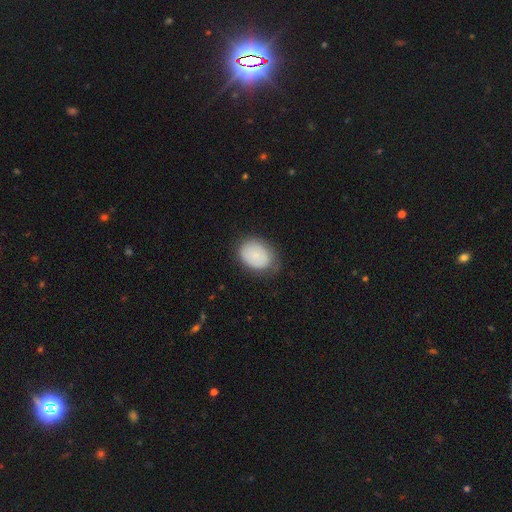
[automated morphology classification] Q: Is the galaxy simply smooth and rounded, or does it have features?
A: smooth — 77%.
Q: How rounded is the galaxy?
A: in between — 69%.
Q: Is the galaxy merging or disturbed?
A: none — 64%.